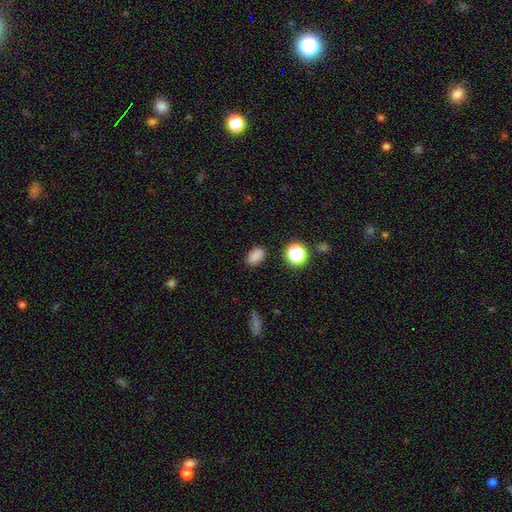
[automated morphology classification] Smooth or featured?
  - smooth: 83% *
  - star or artifact: 13%
  - featured or disk: 4%
How rounded?
  - in between: 84% *
  - round: 15%
  - cigar-shaped: 2%
Merging?
  - none: 85% *
  - minor disturbance: 10%
  - major disturbance: 3%
  - merger: 2%